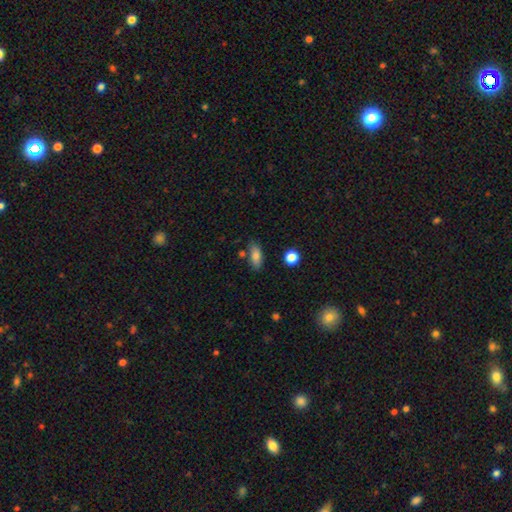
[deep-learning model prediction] This is clearly a smooth galaxy (81%). How rounded: likely in between (80%). Merging: likely none (76%).